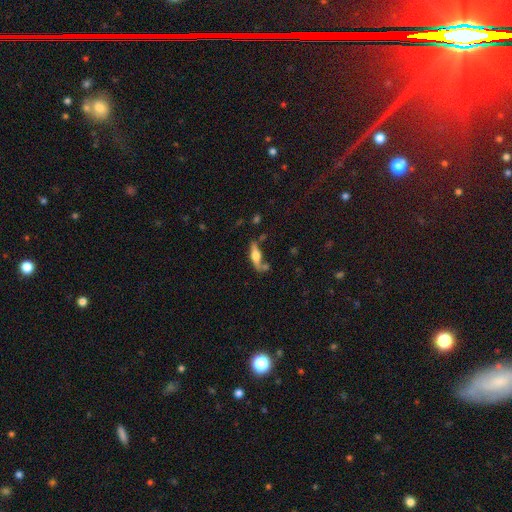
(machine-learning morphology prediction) Smooth or featured?
  - featured or disk: 51% *
  - smooth: 41%
  - star or artifact: 7%
Edge-on disk?
  - yes: 84% *
  - no: 16%
Merging?
  - none: 57% *
  - minor disturbance: 20%
  - merger: 14%
  - major disturbance: 9%